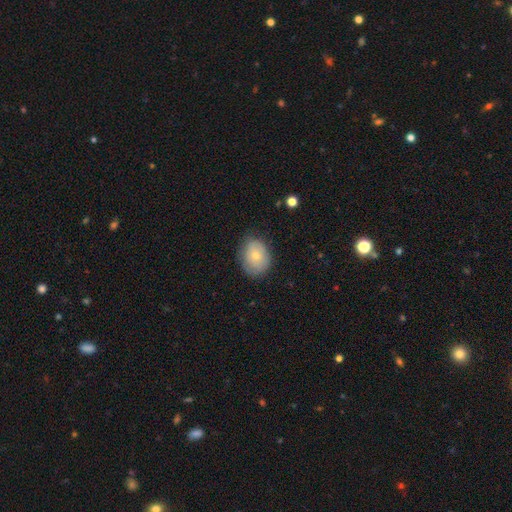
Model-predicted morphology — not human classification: Smooth or featured? smooth (69%)
How rounded? in between (57%)
Merging? none (74%)